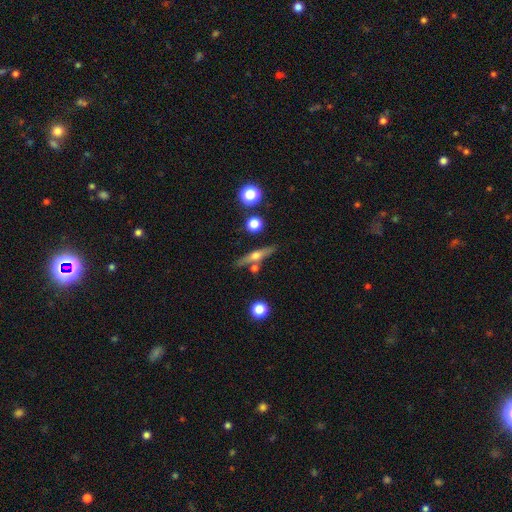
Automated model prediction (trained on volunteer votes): smooth_or_featured: featured or disk (p=0.57) [alt: smooth p=0.35]
disk_edge_on: yes (p=0.93) [alt: no p=0.07]
edge_on_bulge: rounded (p=0.90) [alt: none p=0.06]
merging: none (p=0.77) [alt: minor disturbance p=0.11]